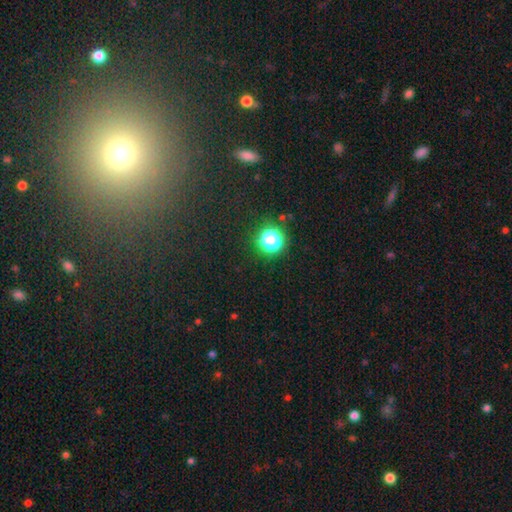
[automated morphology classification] smooth-or-featured: star or artifact: 56% | smooth: 34% | featured or disk: 10%